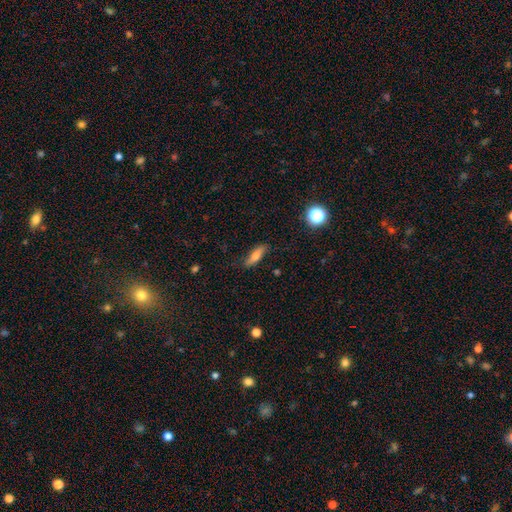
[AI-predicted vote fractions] smooth-or-featured: smooth: 70% | featured or disk: 22% | star or artifact: 8%
  how-rounded: cigar-shaped: 55% | in between: 42% | round: 3%
  merging: none: 81% | minor disturbance: 14% | major disturbance: 3% | merger: 1%